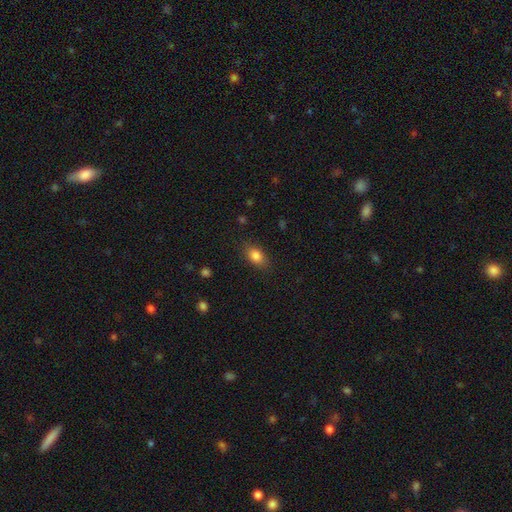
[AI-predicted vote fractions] Smooth or featured: smooth — 83% (star or artifact — 9%)
How rounded: in between — 82% (round — 14%)
Merging: none — 84% (minor disturbance — 12%)